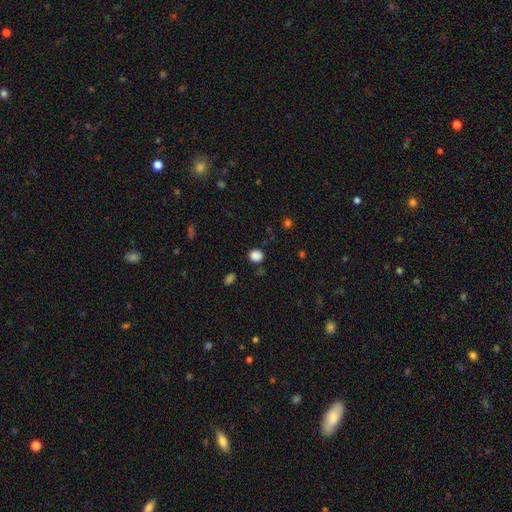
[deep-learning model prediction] Smooth or featured: smooth — 85% (star or artifact — 12%)
How rounded: round — 80% (in between — 19%)
Merging: none — 85% (minor disturbance — 10%)